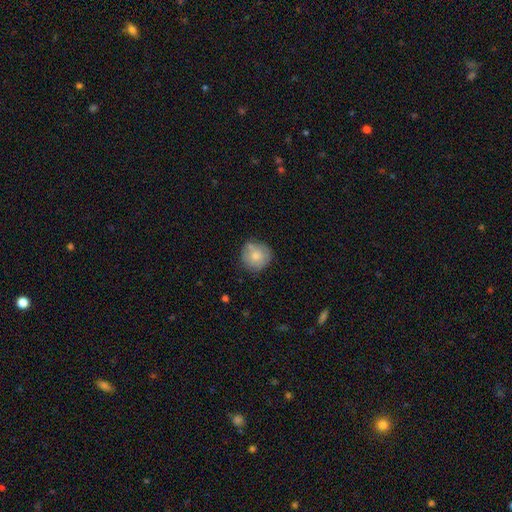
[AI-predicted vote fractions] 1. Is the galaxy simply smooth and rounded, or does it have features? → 75% smooth, 18% featured or disk, 7% star or artifact.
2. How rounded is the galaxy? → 92% round, 7% in between, 1% cigar-shaped.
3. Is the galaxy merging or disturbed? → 70% none, 19% minor disturbance, 7% merger, 4% major disturbance.